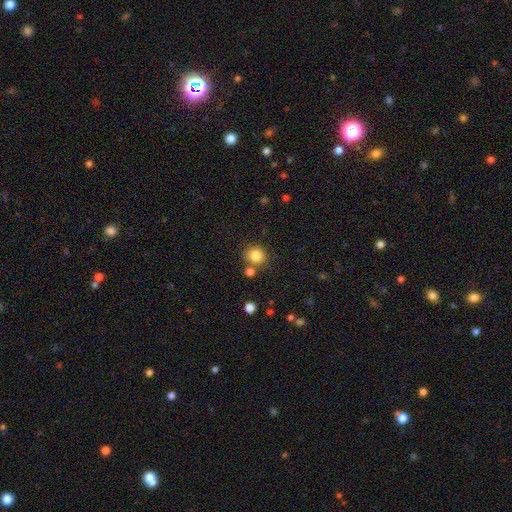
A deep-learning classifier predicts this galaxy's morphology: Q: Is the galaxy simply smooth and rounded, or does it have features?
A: smooth — 83%.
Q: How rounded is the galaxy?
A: round — 89%.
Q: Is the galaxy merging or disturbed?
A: none — 76%.